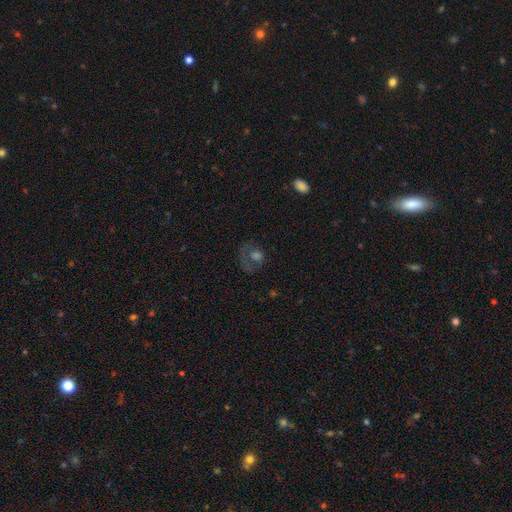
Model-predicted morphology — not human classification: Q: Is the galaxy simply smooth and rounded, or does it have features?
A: smooth — 40%.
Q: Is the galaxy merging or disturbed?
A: none — 47%.